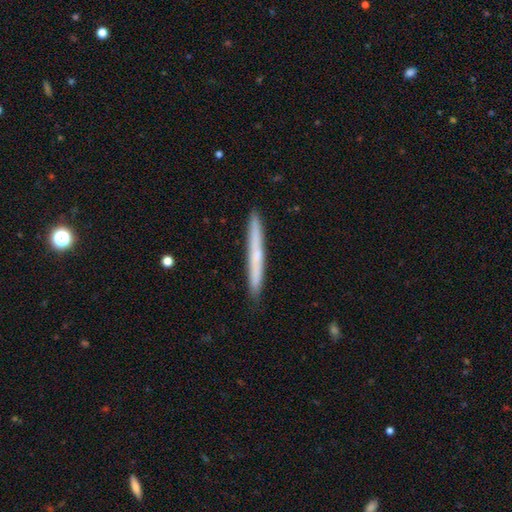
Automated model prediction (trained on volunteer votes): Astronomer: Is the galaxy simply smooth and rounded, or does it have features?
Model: smooth — 54% (runner-up: featured or disk, 41%).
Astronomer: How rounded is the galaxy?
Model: cigar-shaped — 97%.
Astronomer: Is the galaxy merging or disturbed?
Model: none — 90%.